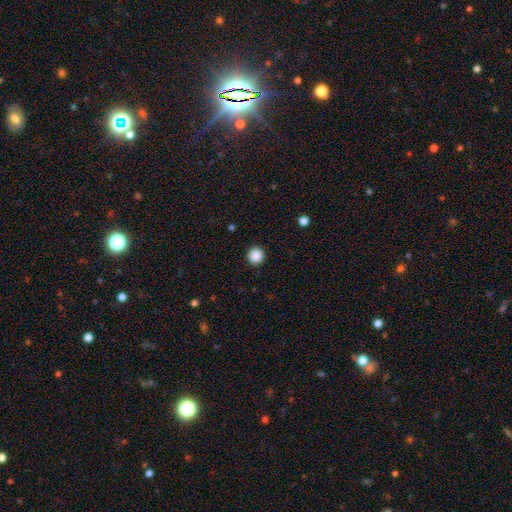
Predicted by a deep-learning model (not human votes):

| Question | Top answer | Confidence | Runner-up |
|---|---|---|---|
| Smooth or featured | smooth | 88% | star or artifact (9%) |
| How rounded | round | 95% | in between (4%) |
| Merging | none | 92% | minor disturbance (5%) |